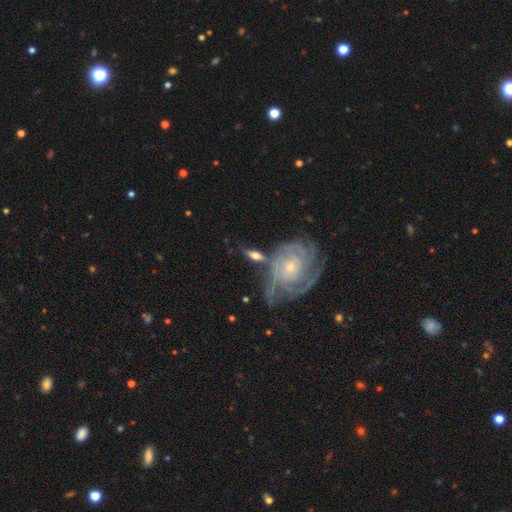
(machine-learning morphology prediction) type=featured or disk (58%); edge-on=no (78%); merging=none (56%).